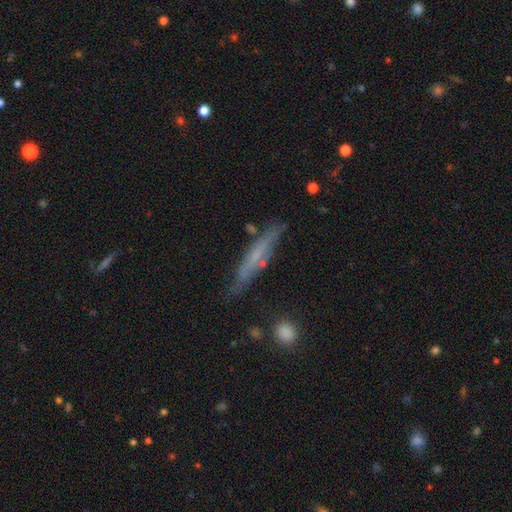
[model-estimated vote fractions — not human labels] Morphology: type=featured or disk (49%); merging=none (75%).